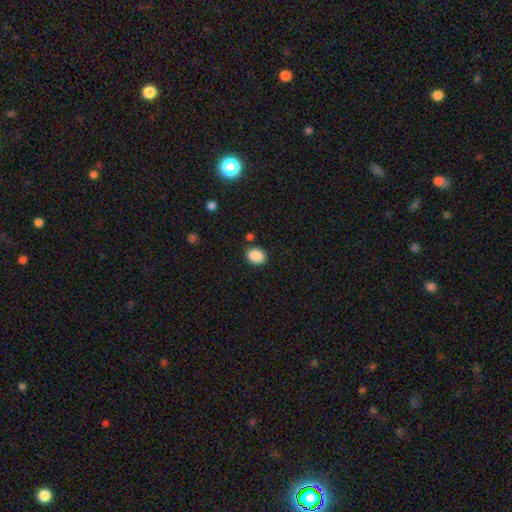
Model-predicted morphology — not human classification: smooth_or_featured: smooth (p=0.89) [alt: star or artifact p=0.08]
how_rounded: in between (p=0.62) [alt: round p=0.37]
merging: none (p=0.82) [alt: minor disturbance p=0.11]